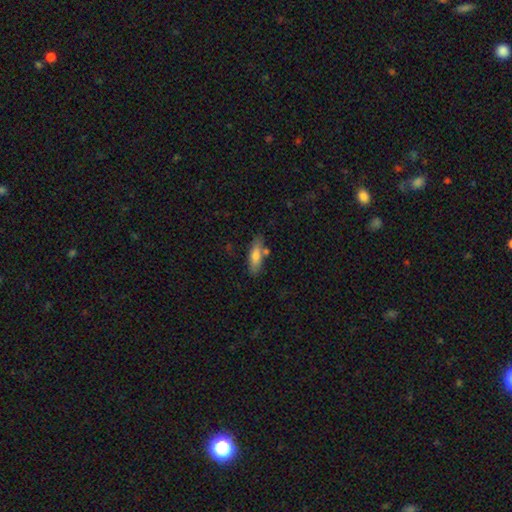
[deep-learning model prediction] smooth 73%, featured or disk 21%, star or artifact 6%. Down the decision tree: how rounded — in between (54%); merging — none (72%).